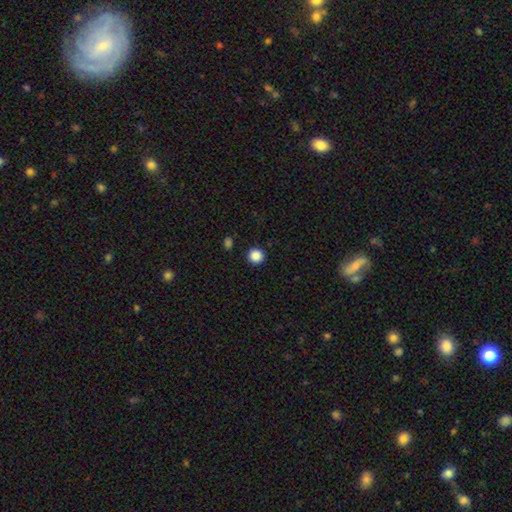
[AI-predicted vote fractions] This is clearly a smooth galaxy (87%). How rounded: clearly round (96%). Merging: clearly none (92%).